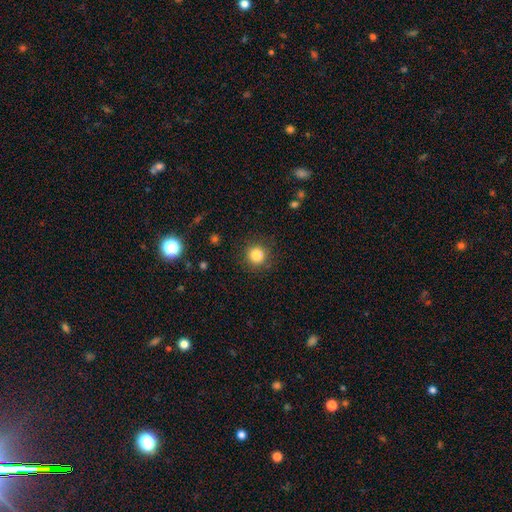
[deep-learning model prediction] The model was most divided on "smooth or featured": smooth: 84%, star or artifact: 11%, featured or disk: 5%. More confident: how rounded — round (93%); merging — none (86%).